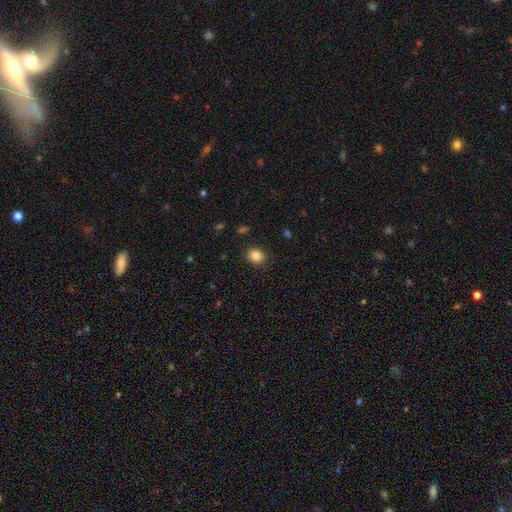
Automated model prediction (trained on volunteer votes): Smooth or featured? smooth (86%)
How rounded? round (66%)
Merging? none (88%)